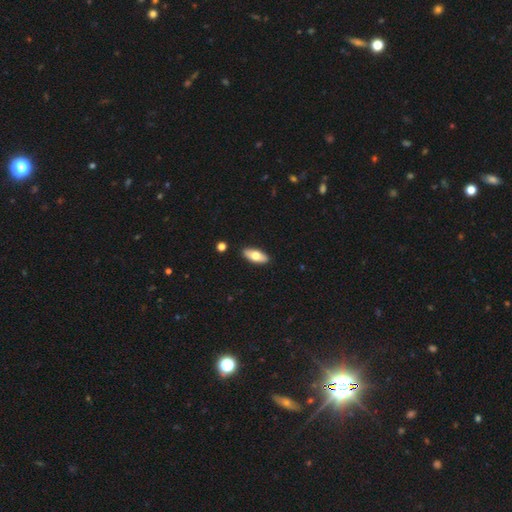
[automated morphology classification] Smooth or featured? Predicted: smooth (p=0.67). How rounded? Predicted: in between (p=0.83). Merging? Predicted: none (p=0.89).